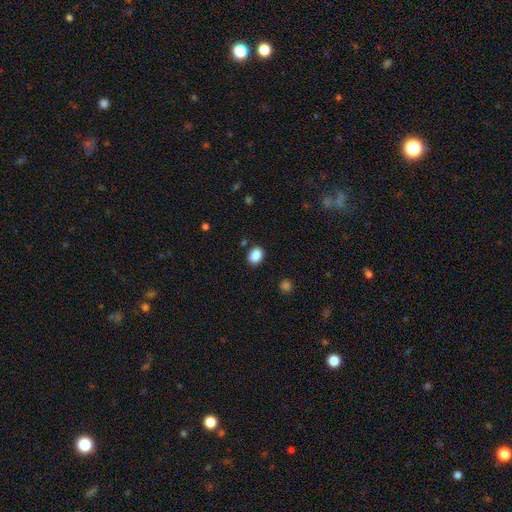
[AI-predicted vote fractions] A smooth galaxy with no disk features (88%) that is in between round and cigar-shaped (64%).

Vote fractions:
- Smooth or featured? smooth: 88% / star or artifact: 9% / featured or disk: 4%
- How rounded? in between: 64% / round: 35% / cigar-shaped: 1%
- Merging? none: 87% / minor disturbance: 9% / major disturbance: 2% / merger: 2%